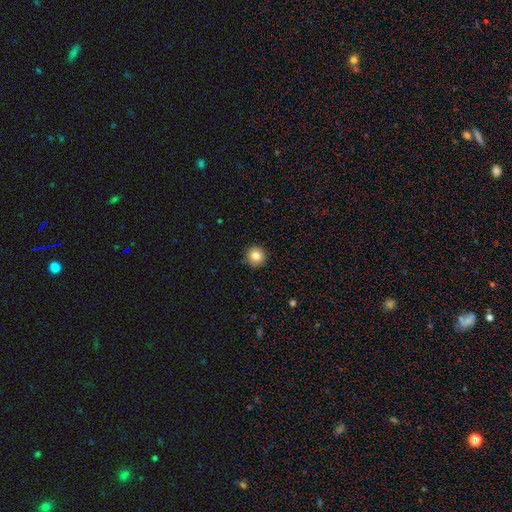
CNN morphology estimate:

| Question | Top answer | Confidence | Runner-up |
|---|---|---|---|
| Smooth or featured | smooth | 82% | star or artifact (10%) |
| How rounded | round | 95% | in between (4%) |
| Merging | none | 90% | minor disturbance (7%) |